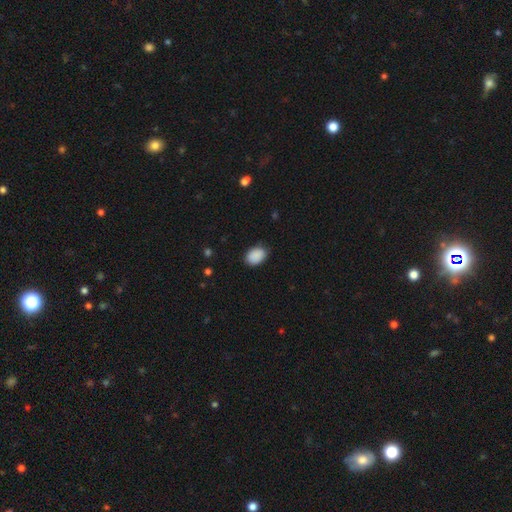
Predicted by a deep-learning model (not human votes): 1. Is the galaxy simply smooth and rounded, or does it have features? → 90% smooth, 7% star or artifact, 3% featured or disk.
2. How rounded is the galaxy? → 76% in between, 23% round, 1% cigar-shaped.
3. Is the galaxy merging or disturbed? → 83% none, 13% minor disturbance, 3% major disturbance, 1% merger.